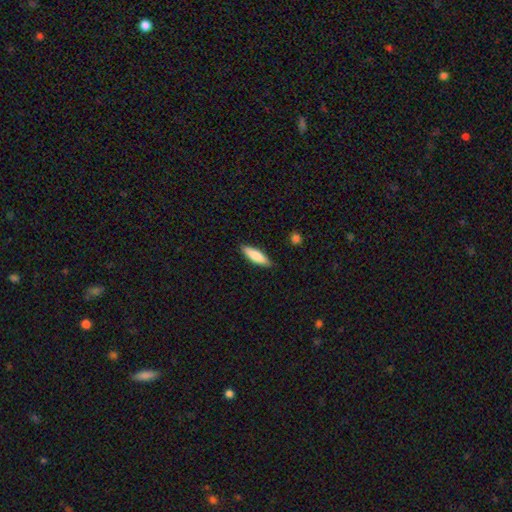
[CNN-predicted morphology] type=smooth (78%); roundness=cigar-shaped (59%); merging=none (86%).